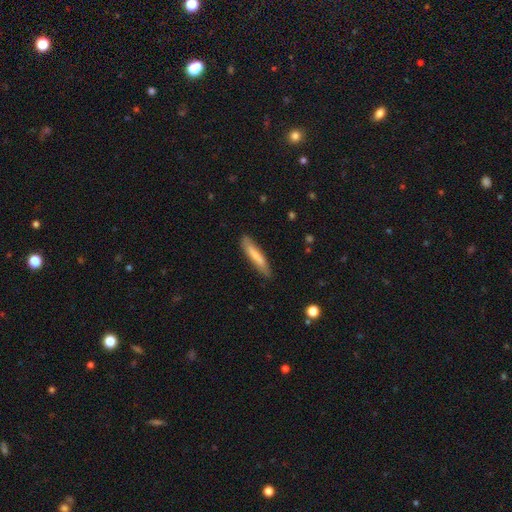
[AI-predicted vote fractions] smooth_or_featured: smooth (p=0.73) [alt: featured or disk p=0.22]
how_rounded: cigar-shaped (p=0.89) [alt: in between p=0.10]
merging: none (p=0.80) [alt: minor disturbance p=0.15]